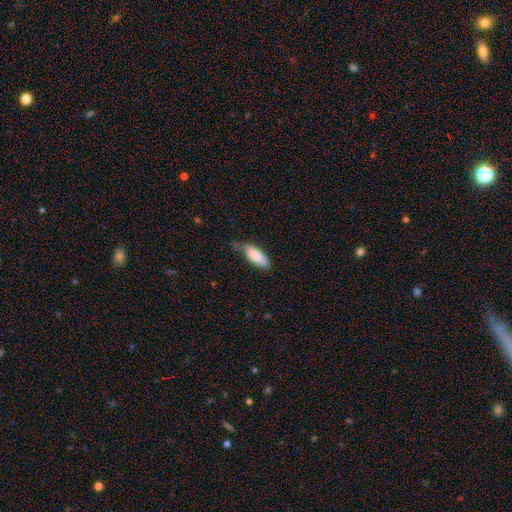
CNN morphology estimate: This appears to be a smooth galaxy with no disk features (84%) that is in between round and cigar-shaped (68%). Merging: none (49%).